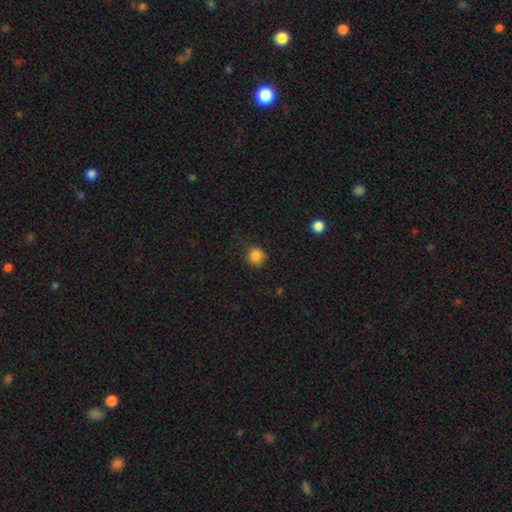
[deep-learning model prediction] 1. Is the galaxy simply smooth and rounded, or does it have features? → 85% smooth, 11% star or artifact, 4% featured or disk.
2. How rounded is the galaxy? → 87% round, 12% in between, 1% cigar-shaped.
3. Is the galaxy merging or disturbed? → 77% none, 18% minor disturbance, 4% major disturbance, 1% merger.